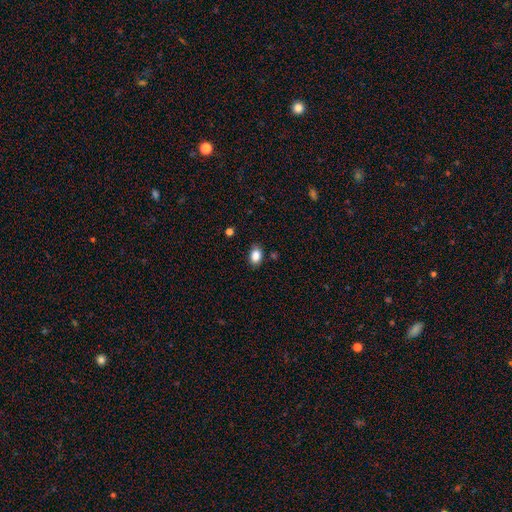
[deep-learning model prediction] smooth 86%, star or artifact 9%, featured or disk 4%. Down the decision tree: how rounded — in between (76%); merging — none (85%).